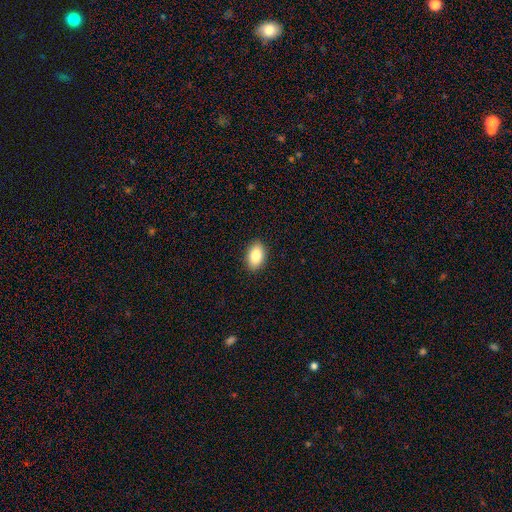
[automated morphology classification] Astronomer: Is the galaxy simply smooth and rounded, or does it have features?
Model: smooth — 86%.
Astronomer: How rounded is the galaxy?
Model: in between — 91%.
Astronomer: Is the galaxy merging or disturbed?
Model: none — 90%.